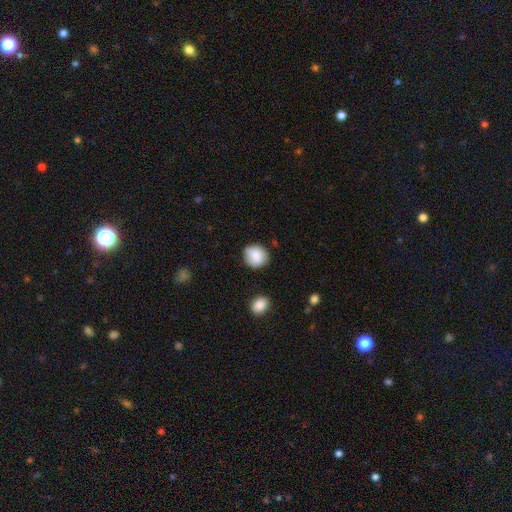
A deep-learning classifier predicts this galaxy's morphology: A smooth galaxy with no disk features (85%) that is round (83%). Merging: none (75%).